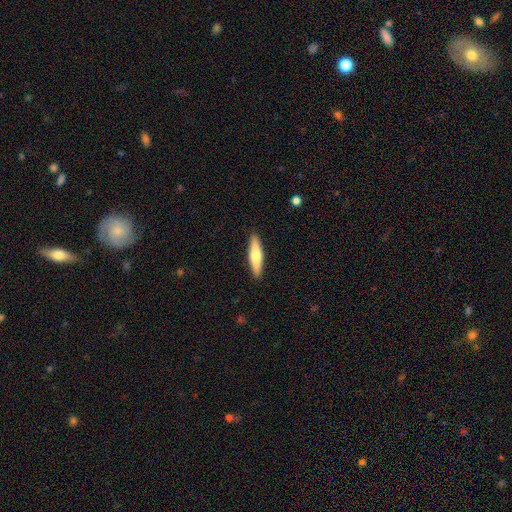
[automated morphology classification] A smooth galaxy with no disk features (58%) that is cigar-shaped (79%).

Vote fractions:
- Smooth or featured? smooth: 58% / featured or disk: 36% / star or artifact: 5%
- How rounded? cigar-shaped: 79% / in between: 19% / round: 2%
- Merging? none: 90% / minor disturbance: 7% / major disturbance: 2% / merger: 1%